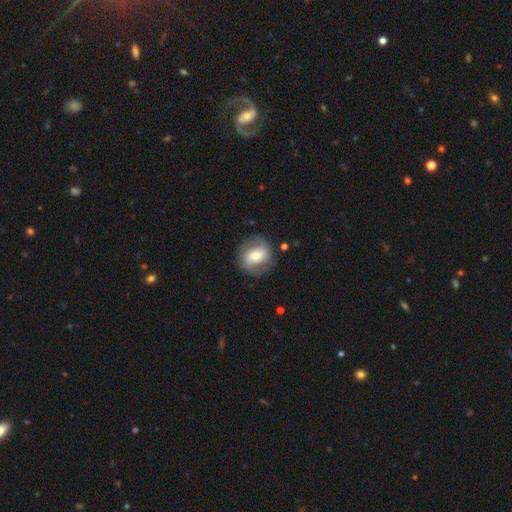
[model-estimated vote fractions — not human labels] Overall: featured or disk (54%; smooth 40%). Edge-on disk: no (96%). Bar: no (43%; weak 34%). Spiral arms: yes (69%; no 31%). Bulge size: moderate (65%). Merging: none (79%).